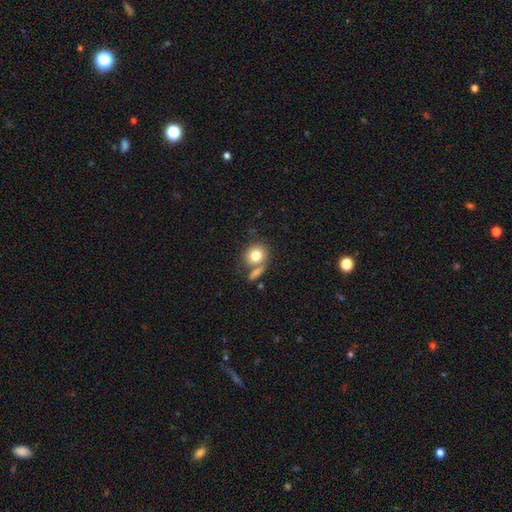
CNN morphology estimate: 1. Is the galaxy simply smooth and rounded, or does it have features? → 79% smooth, 12% featured or disk, 9% star or artifact.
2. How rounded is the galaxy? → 76% round, 22% in between, 1% cigar-shaped.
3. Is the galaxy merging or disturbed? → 55% none, 26% merger, 13% minor disturbance, 6% major disturbance.